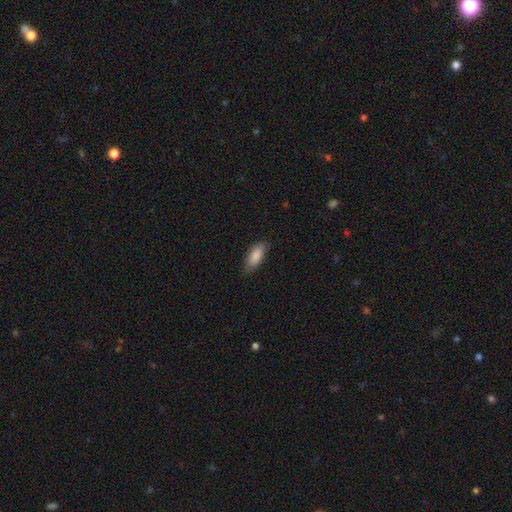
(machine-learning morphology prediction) This is clearly a smooth galaxy (87%). How rounded: likely in between (77%). Merging: clearly none (80%).